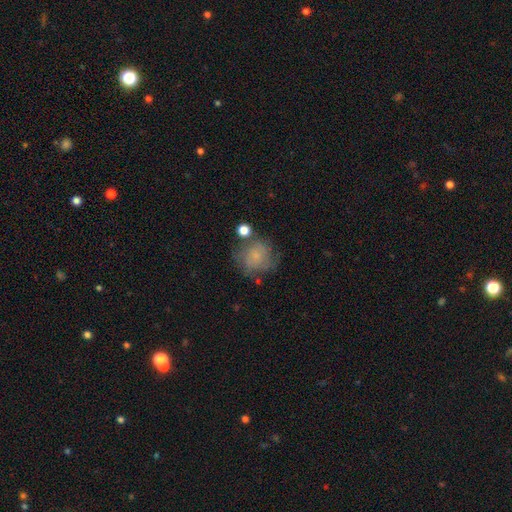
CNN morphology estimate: Smooth or featured?
  - smooth: 66% *
  - featured or disk: 24%
  - star or artifact: 10%
How rounded?
  - round: 83% *
  - in between: 16%
  - cigar-shaped: 1%
Merging?
  - none: 58% *
  - minor disturbance: 22%
  - major disturbance: 12%
  - merger: 9%